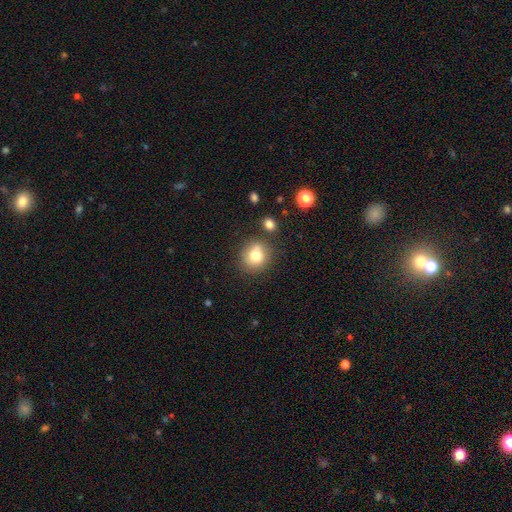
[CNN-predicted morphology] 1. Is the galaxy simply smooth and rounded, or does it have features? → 77% smooth, 11% star or artifact, 11% featured or disk.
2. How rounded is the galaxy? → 84% round, 15% in between, 1% cigar-shaped.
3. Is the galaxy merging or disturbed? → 77% none, 13% minor disturbance, 7% merger, 3% major disturbance.